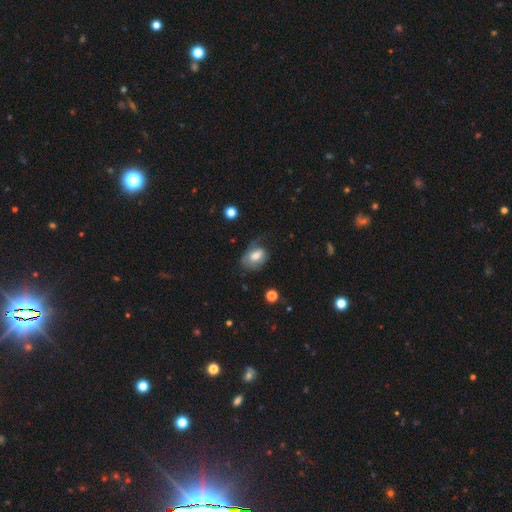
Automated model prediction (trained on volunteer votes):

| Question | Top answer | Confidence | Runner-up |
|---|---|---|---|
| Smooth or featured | smooth | 60% | featured or disk (32%) |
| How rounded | in between | 84% | round (14%) |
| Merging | none | 41% | minor disturbance (30%) |